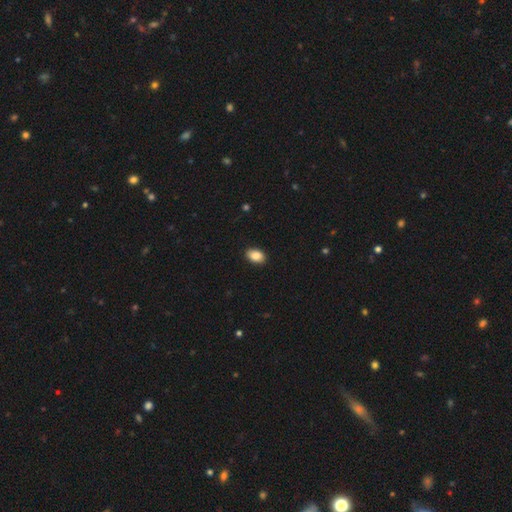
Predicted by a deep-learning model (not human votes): smooth 88%, star or artifact 8%, featured or disk 5%. Down the decision tree: how rounded — in between (87%); merging — none (90%).